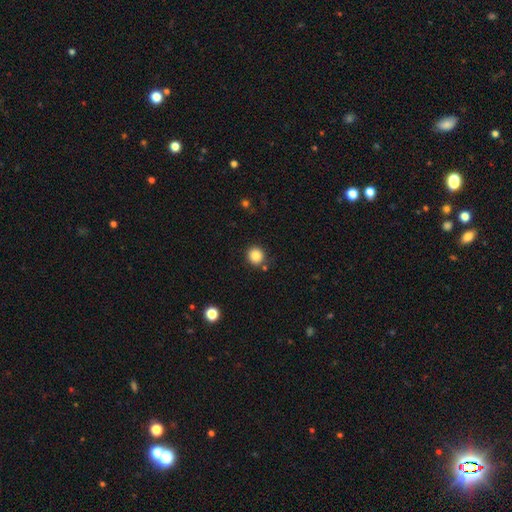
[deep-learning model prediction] Smooth or featured? Predicted: smooth (p=0.86). How rounded? Predicted: round (p=0.91). Merging? Predicted: none (p=0.86).